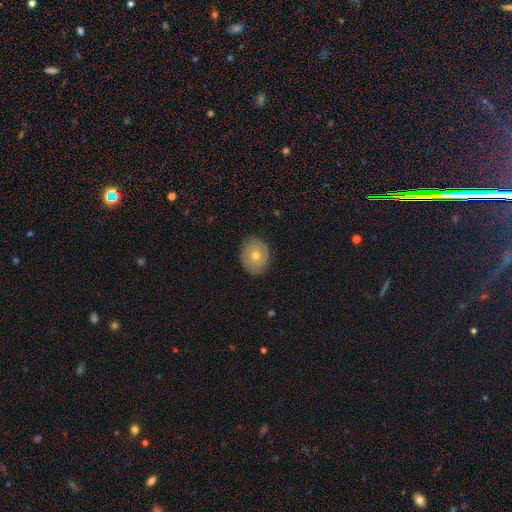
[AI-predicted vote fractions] Q: Smooth or featured?
A: smooth (49%); runner-up: featured or disk (43%)
Q: Merging?
A: none (84%); runner-up: minor disturbance (12%)